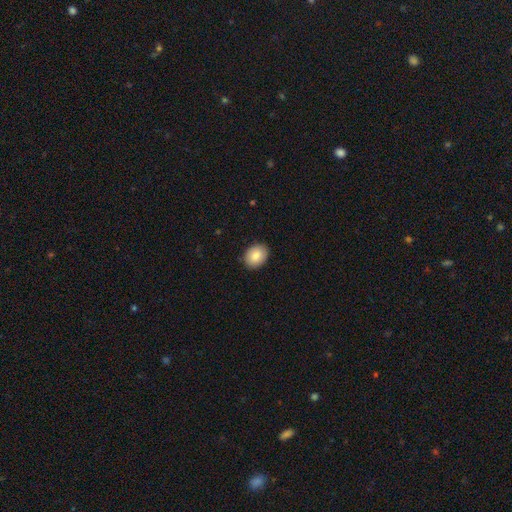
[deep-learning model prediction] Morphology: type=smooth (86%); roundness=in between (58%); merging=none (89%).